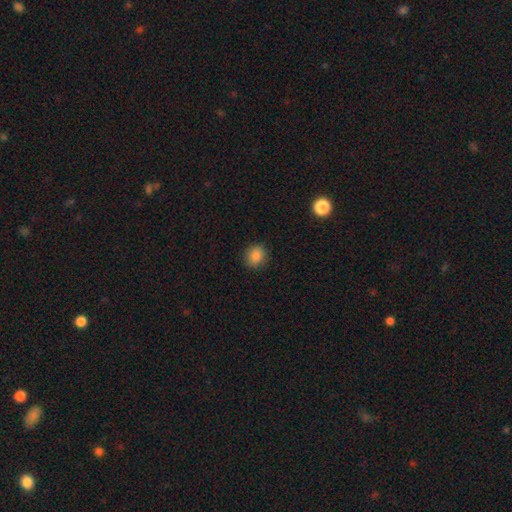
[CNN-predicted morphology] smooth-or-featured: smooth: 85% | star or artifact: 10% | featured or disk: 5%
  how-rounded: round: 80% | in between: 19% | cigar-shaped: 1%
  merging: none: 89% | minor disturbance: 8% | major disturbance: 2% | merger: 1%